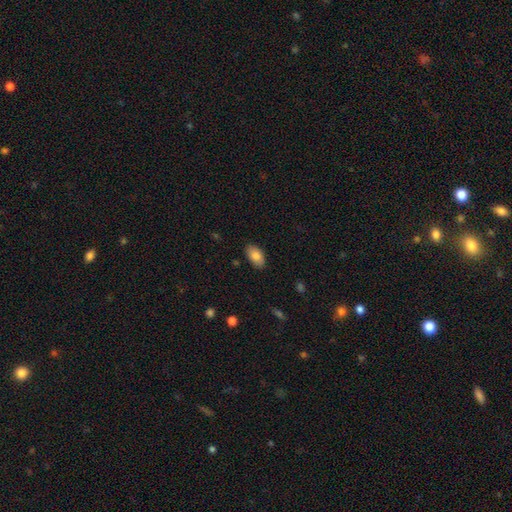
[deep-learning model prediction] A smooth galaxy with no disk features (83%) that is in between round and cigar-shaped (94%).

Vote fractions:
- Smooth or featured? smooth: 83% / featured or disk: 11% / star or artifact: 7%
- How rounded? in between: 94% / round: 4% / cigar-shaped: 2%
- Merging? none: 87% / minor disturbance: 10% / major disturbance: 2% / merger: 1%